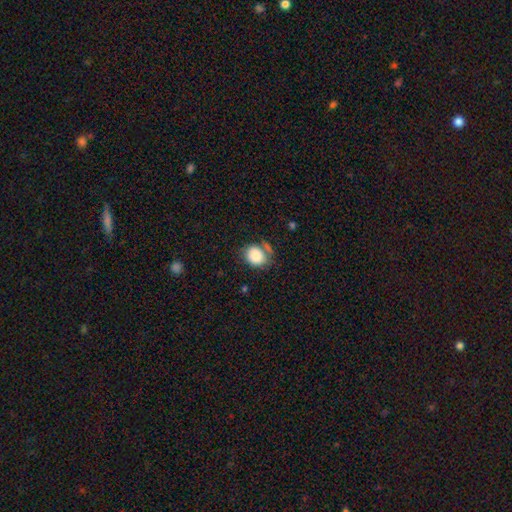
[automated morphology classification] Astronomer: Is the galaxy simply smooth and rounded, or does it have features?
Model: smooth — 84%.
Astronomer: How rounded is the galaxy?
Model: round — 58% (runner-up: in between, 41%).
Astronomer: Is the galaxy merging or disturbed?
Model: none — 59%.